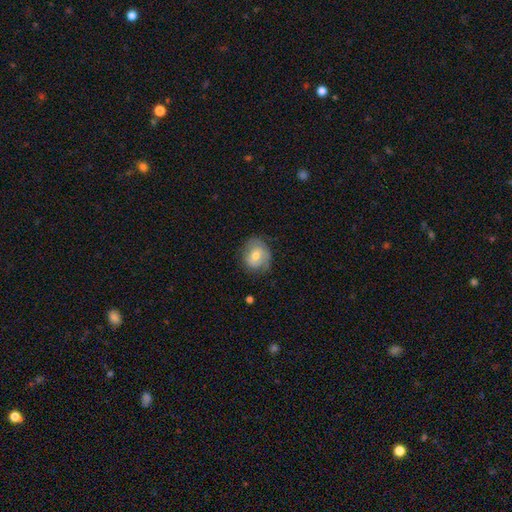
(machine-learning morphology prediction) Smooth or featured? smooth (52%)
How rounded? round (64%)
Merging? none (65%)